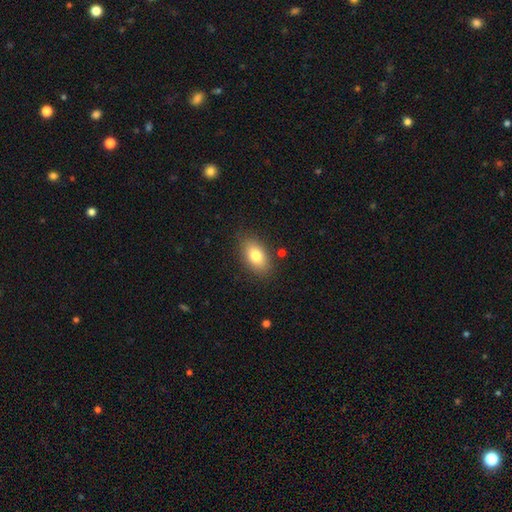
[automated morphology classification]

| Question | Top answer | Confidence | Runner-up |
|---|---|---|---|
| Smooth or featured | smooth | 80% | featured or disk (12%) |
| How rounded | in between | 90% | round (8%) |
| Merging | none | 84% | minor disturbance (11%) |